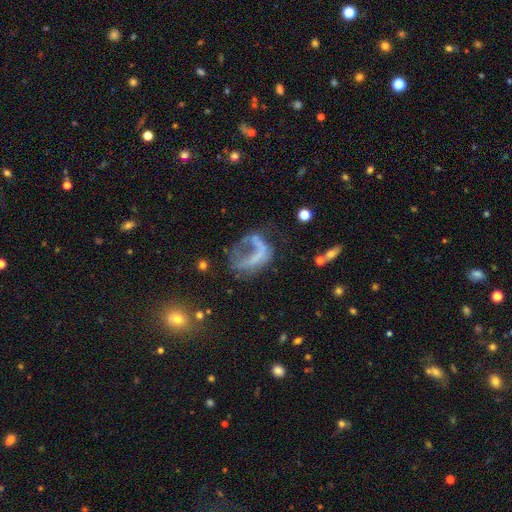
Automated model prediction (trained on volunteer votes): This is possibly a featured or disk galaxy (49%). Merging: possibly major disturbance (50%).